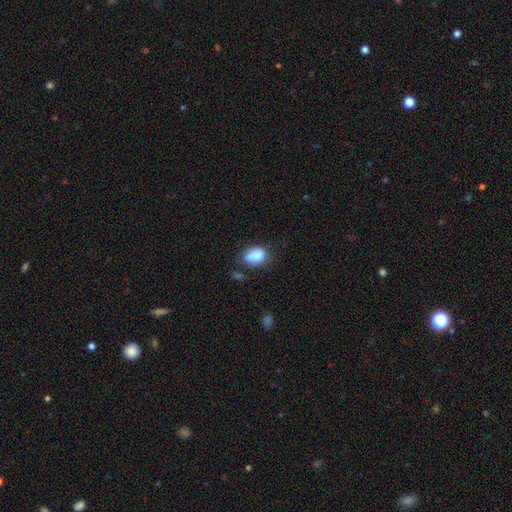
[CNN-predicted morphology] A smooth galaxy with no disk features (81%) that is in between round and cigar-shaped (78%).

Vote fractions:
- Smooth or featured? smooth: 81% / featured or disk: 10% / star or artifact: 9%
- How rounded? in between: 78% / round: 21% / cigar-shaped: 1%
- Merging? none: 49% / minor disturbance: 24% / merger: 19% / major disturbance: 7%